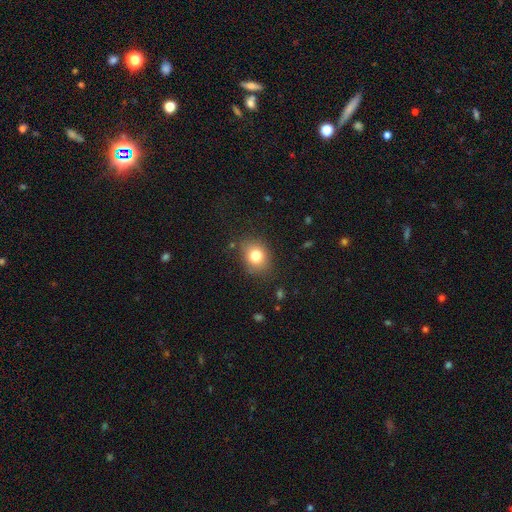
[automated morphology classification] A smooth galaxy with no disk features (79%) that is round (52%). Merging: none (81%).